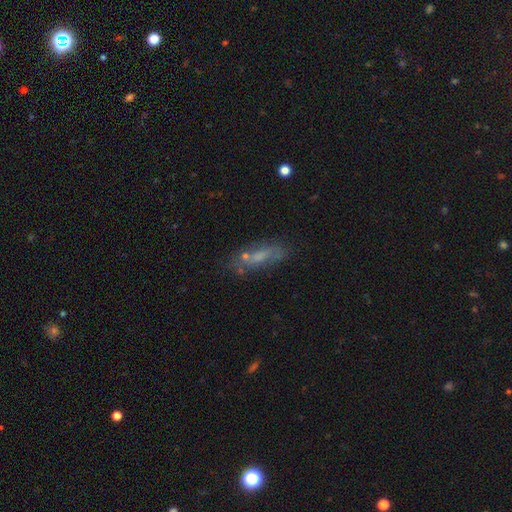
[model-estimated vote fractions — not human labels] The model was most divided on "smooth or featured": featured or disk: 42%, smooth: 41%, star or artifact: 18%. More confident: merging — none (65%).